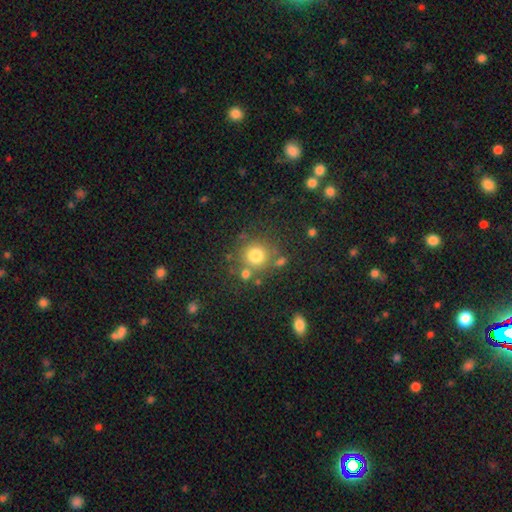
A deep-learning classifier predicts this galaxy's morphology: Overall: smooth (76%). How rounded: round (92%). Merging: none (74%).